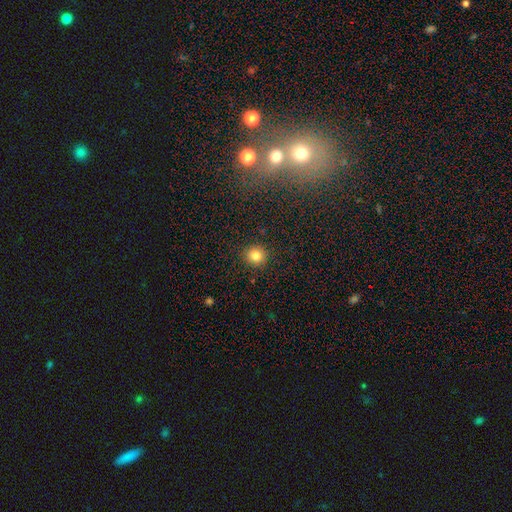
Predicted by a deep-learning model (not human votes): Morphology: type=smooth (83%); roundness=round (92%); merging=none (91%).